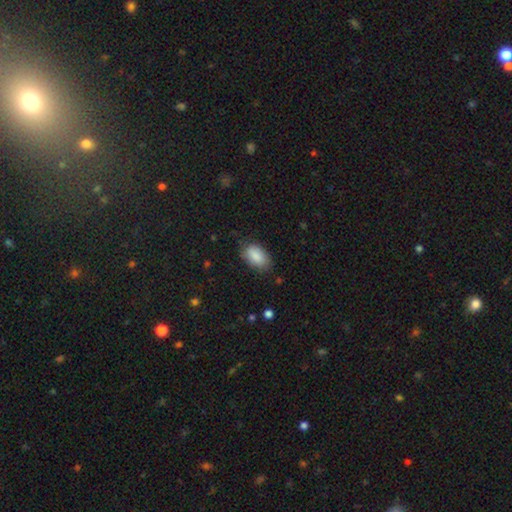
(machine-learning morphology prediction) Smooth or featured? Predicted: smooth (p=0.87). How rounded? Predicted: in between (p=0.92). Merging? Predicted: none (p=0.73).